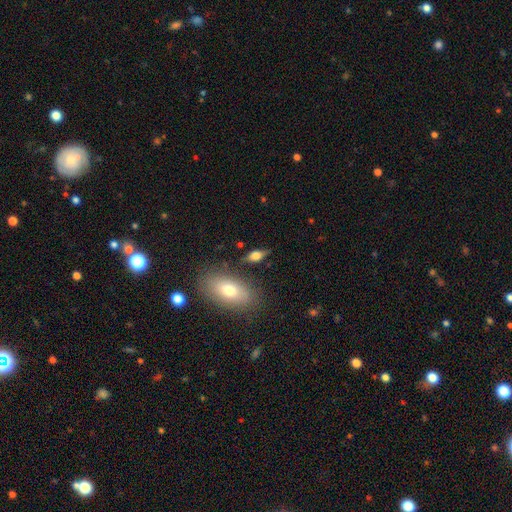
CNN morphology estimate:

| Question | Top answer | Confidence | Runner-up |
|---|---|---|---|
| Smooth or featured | smooth | 55% | featured or disk (35%) |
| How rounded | in between | 71% | cigar-shaped (20%) |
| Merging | none | 76% | minor disturbance (15%) |